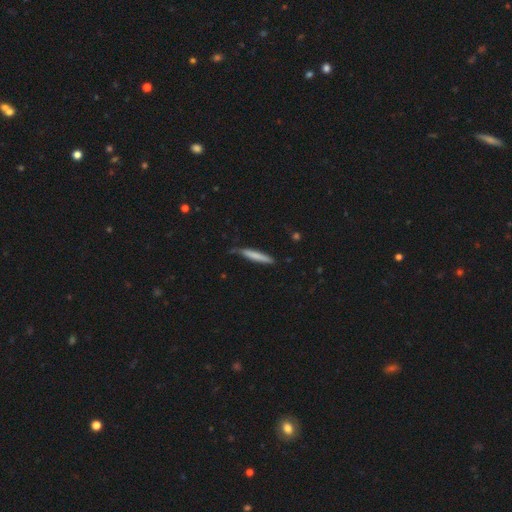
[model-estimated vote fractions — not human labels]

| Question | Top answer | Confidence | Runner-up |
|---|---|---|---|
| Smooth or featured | smooth | 74% | featured or disk (21%) |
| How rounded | cigar-shaped | 94% | in between (5%) |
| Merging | none | 76% | minor disturbance (19%) |